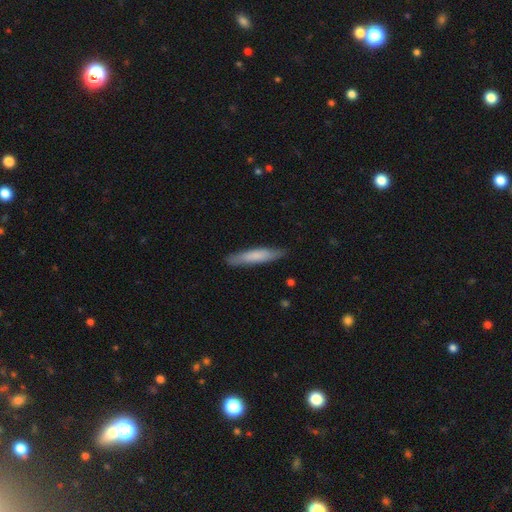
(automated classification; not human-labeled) Smooth or featured? Predicted: smooth (p=0.71). How rounded? Predicted: cigar-shaped (p=0.89). Merging? Predicted: none (p=0.85).